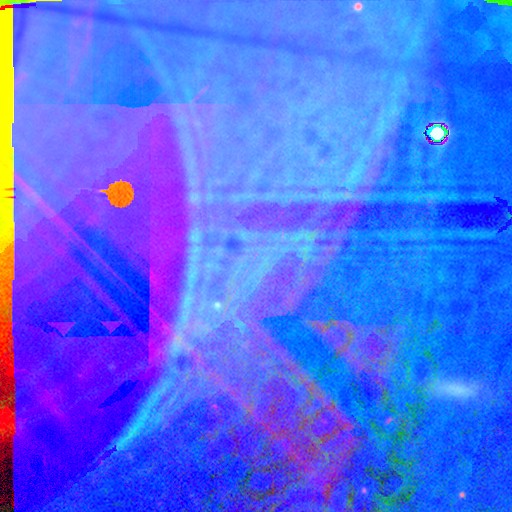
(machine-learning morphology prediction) A star or artifact, not a galaxy (83%).